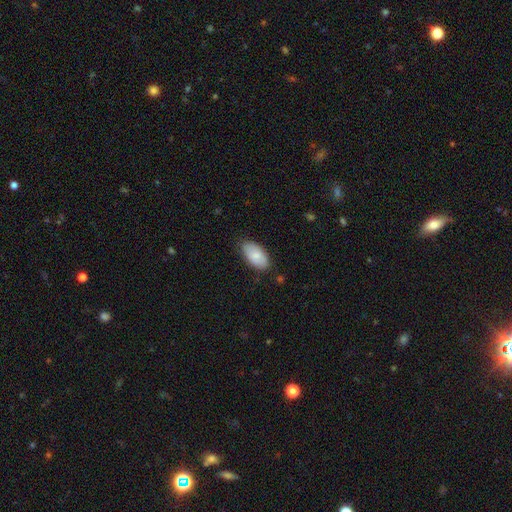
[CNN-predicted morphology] Overall: smooth (82%). How rounded: in between (95%). Merging: none (79%).